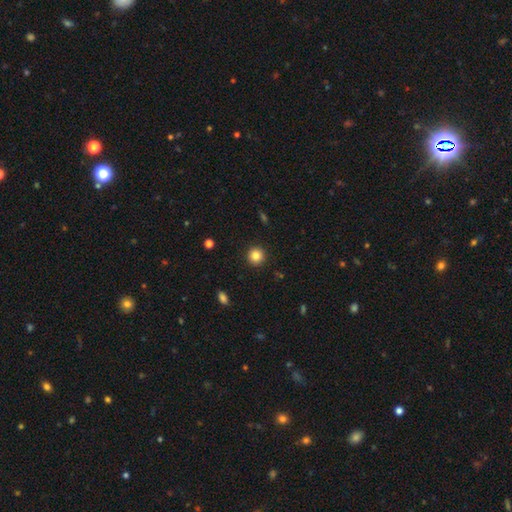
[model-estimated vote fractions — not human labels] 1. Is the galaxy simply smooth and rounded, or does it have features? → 84% smooth, 11% star or artifact, 5% featured or disk.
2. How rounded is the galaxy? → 94% round, 5% in between, 1% cigar-shaped.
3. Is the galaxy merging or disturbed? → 92% none, 5% minor disturbance, 2% major disturbance, 1% merger.